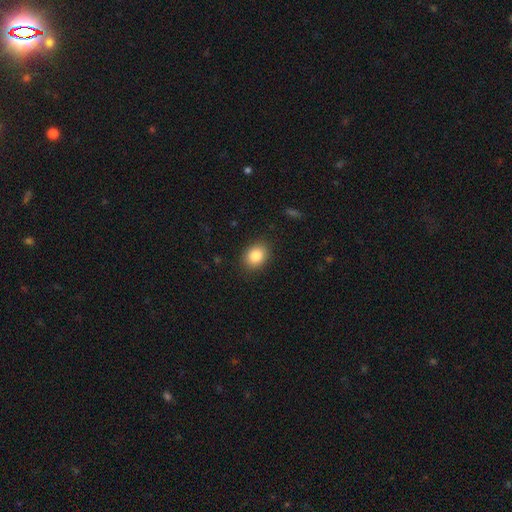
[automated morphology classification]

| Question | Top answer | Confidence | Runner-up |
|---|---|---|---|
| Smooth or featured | smooth | 85% | star or artifact (9%) |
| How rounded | in between | 57% | round (42%) |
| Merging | none | 88% | minor disturbance (9%) |